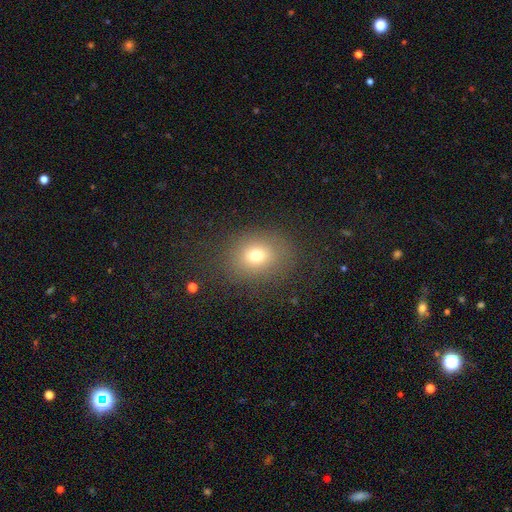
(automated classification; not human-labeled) The model was most divided on "how rounded": round: 55%, in between: 44%, cigar-shaped: 1%. More confident: merging — none (80%); smooth or featured — smooth (71%).